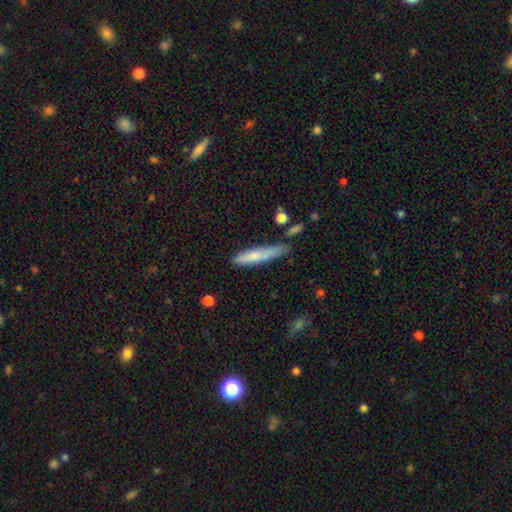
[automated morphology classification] Smooth or featured? smooth (70%)
How rounded? cigar-shaped (89%)
Merging? none (64%)